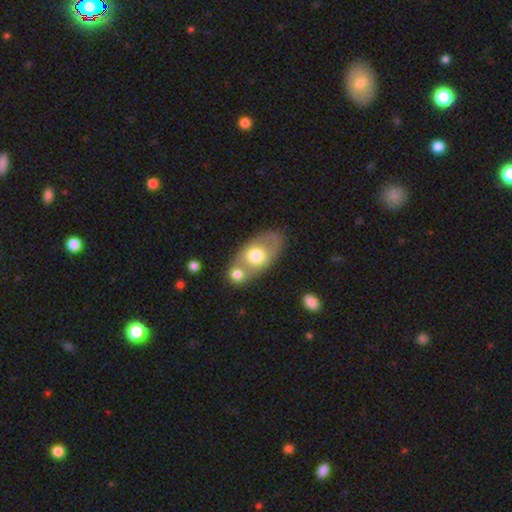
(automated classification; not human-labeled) smooth 62%, featured or disk 31%, star or artifact 7%. Down the decision tree: how rounded — in between (86%); merging — none (46%).